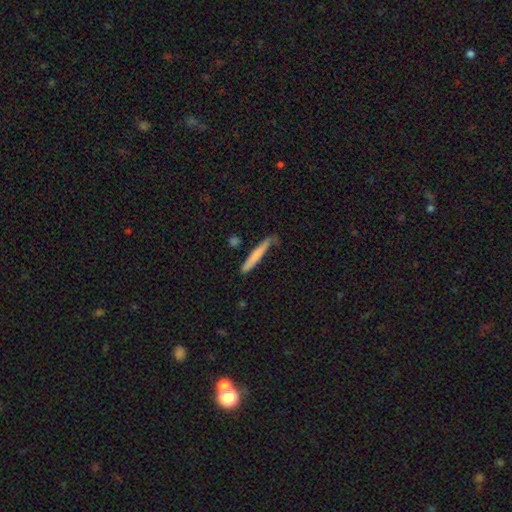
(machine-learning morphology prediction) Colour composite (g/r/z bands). It shows a smooth galaxy with no disk features (70%) that is cigar-shaped (95%). Merging: none (63%).